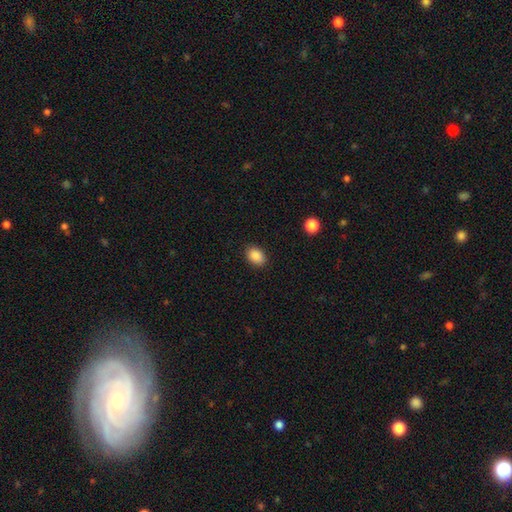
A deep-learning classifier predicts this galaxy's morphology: smooth-or-featured: smooth: 88% | star or artifact: 8% | featured or disk: 3%
  how-rounded: in between: 78% | round: 21% | cigar-shaped: 1%
  merging: none: 88% | minor disturbance: 9% | major disturbance: 2% | merger: 1%